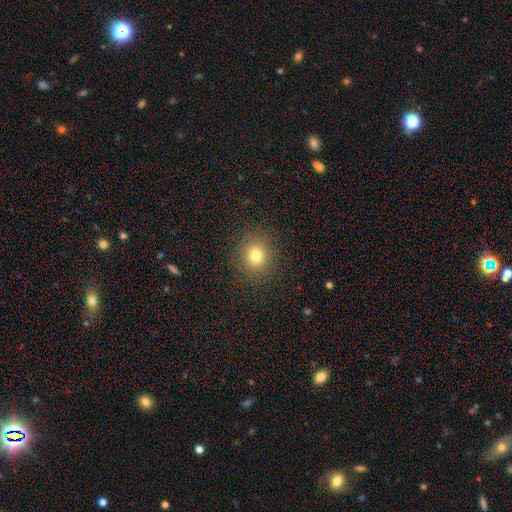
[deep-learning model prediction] A smooth galaxy with no disk features (77%) that is round (77%). Merging: none (87%).